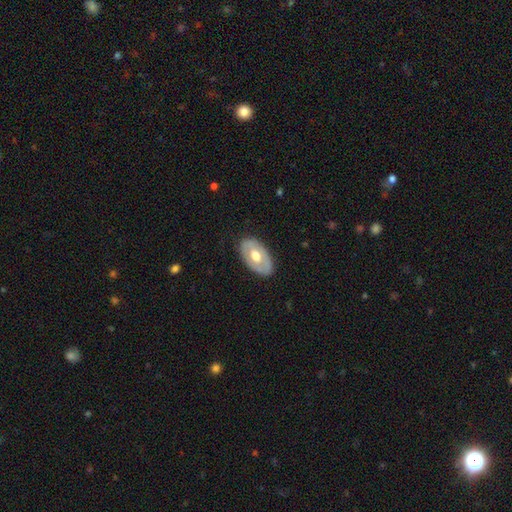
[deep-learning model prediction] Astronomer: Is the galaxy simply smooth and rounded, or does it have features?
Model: featured or disk — 52% (runner-up: smooth, 43%).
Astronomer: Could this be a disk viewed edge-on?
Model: no — 88%.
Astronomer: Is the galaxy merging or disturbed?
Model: none — 81%.